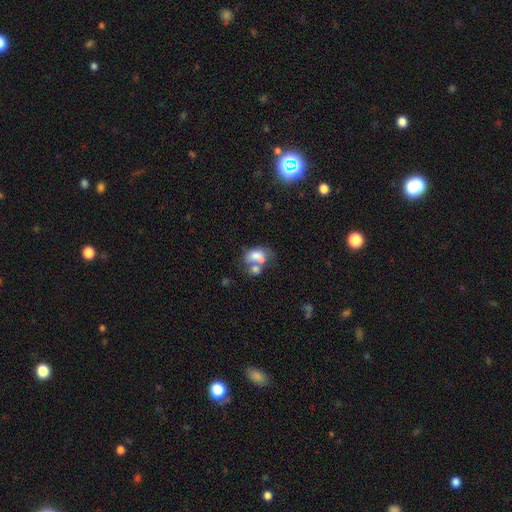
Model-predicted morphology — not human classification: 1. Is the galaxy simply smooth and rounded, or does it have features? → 64% smooth, 26% featured or disk, 10% star or artifact.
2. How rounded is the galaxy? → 77% in between, 22% round, 1% cigar-shaped.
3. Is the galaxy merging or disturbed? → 60% merger, 18% none, 12% major disturbance, 10% minor disturbance.